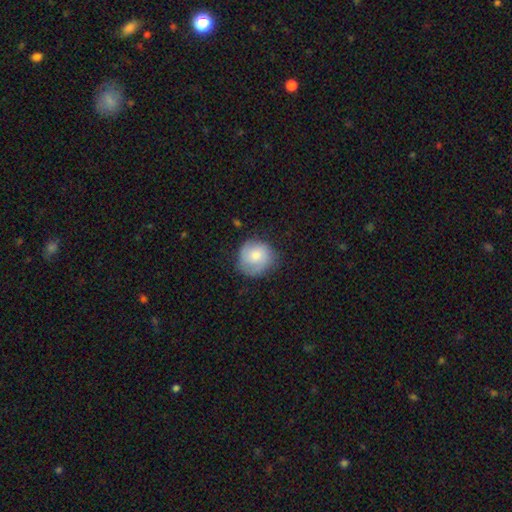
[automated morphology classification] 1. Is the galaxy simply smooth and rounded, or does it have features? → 69% smooth, 24% featured or disk, 7% star or artifact.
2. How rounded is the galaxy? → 87% round, 12% in between, 1% cigar-shaped.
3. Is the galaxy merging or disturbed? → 68% none, 23% minor disturbance, 7% major disturbance, 1% merger.